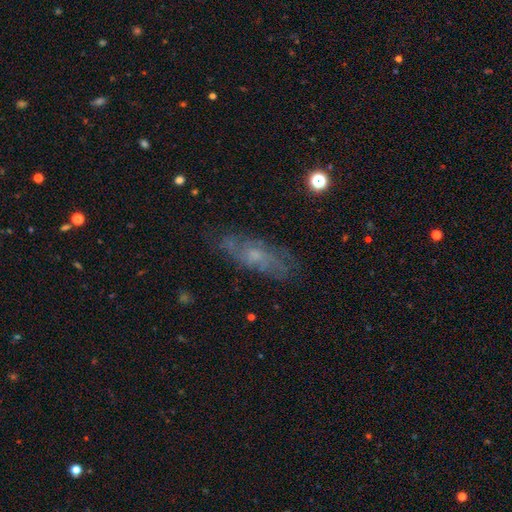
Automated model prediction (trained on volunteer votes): Smooth or featured? Predicted: featured or disk (p=0.60). Edge-on disk? Predicted: no (p=0.80). Merging? Predicted: none (p=0.73).